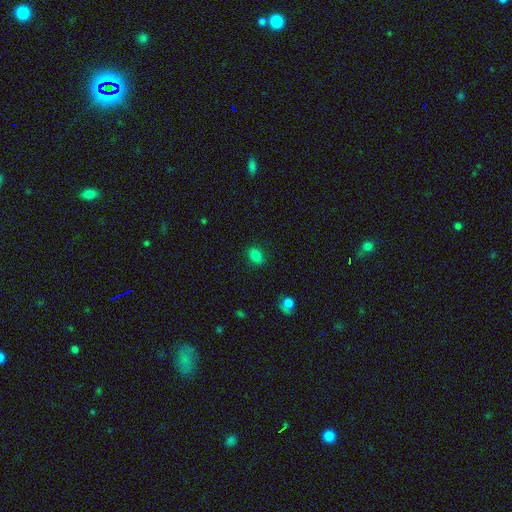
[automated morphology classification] type=smooth (83%); roundness=in between (68%); merging=none (86%).